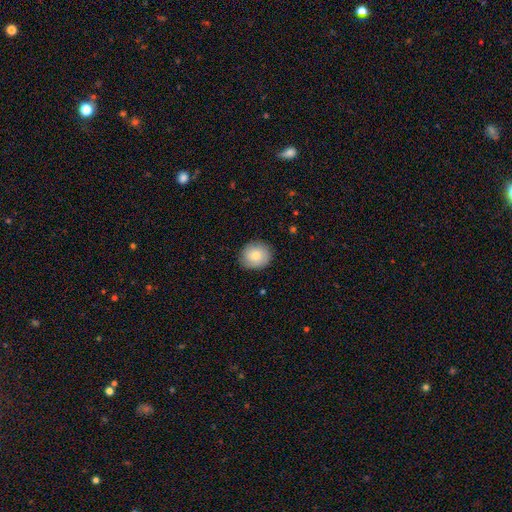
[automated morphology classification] Smooth or featured? smooth (77%)
How rounded? round (77%)
Merging? none (84%)